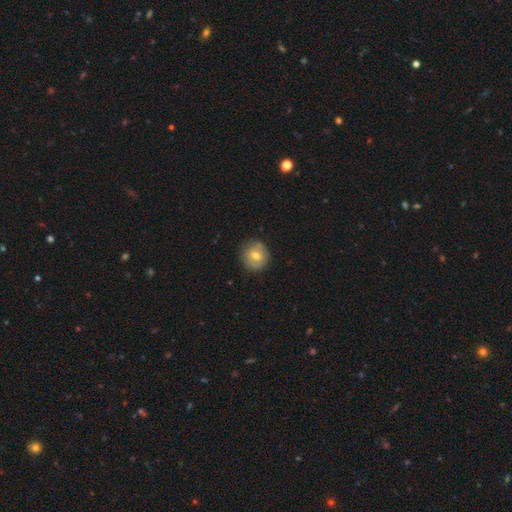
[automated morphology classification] smooth_or_featured: smooth (p=0.66) [alt: featured or disk p=0.26]
how_rounded: round (p=0.88) [alt: in between p=0.11]
merging: none (p=0.85) [alt: minor disturbance p=0.11]